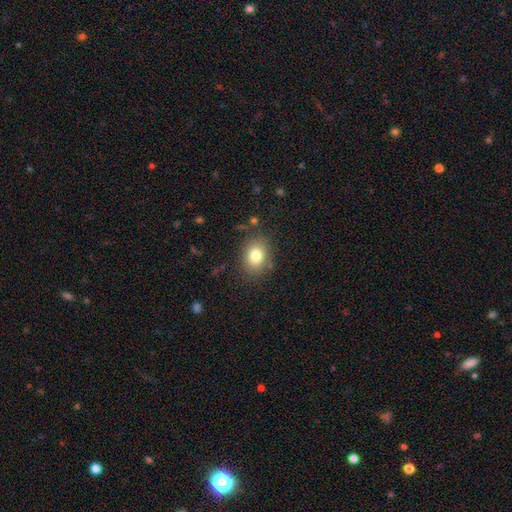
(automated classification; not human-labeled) smooth_or_featured: smooth (p=0.80) [alt: star or artifact p=0.10]
how_rounded: in between (p=0.59) [alt: round p=0.40]
merging: none (p=0.82) [alt: minor disturbance p=0.12]